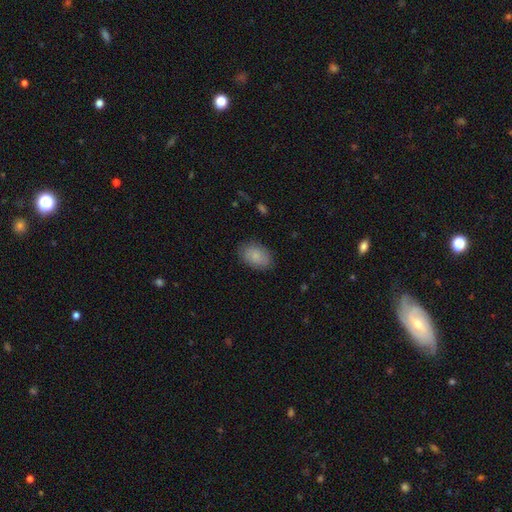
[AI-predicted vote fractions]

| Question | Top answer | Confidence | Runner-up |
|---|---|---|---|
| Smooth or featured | smooth | 82% | featured or disk (11%) |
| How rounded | in between | 83% | round (16%) |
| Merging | none | 83% | minor disturbance (13%) |